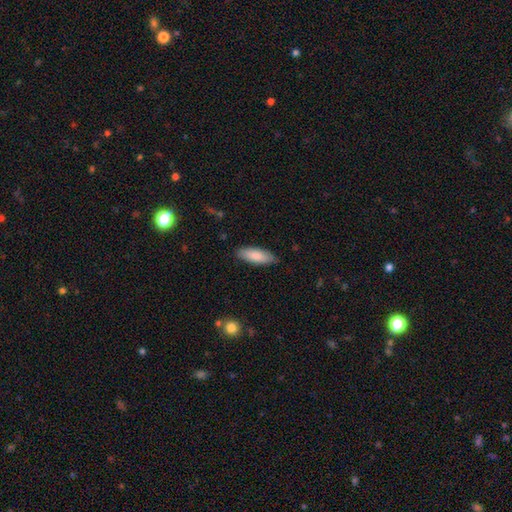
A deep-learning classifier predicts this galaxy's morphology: A smooth galaxy with no disk features (86%) that is in between round and cigar-shaped (65%).

Vote fractions:
- Smooth or featured? smooth: 86% / featured or disk: 9% / star or artifact: 5%
- How rounded? in between: 65% / cigar-shaped: 33% / round: 1%
- Merging? none: 84% / minor disturbance: 13% / major disturbance: 2% / merger: 1%